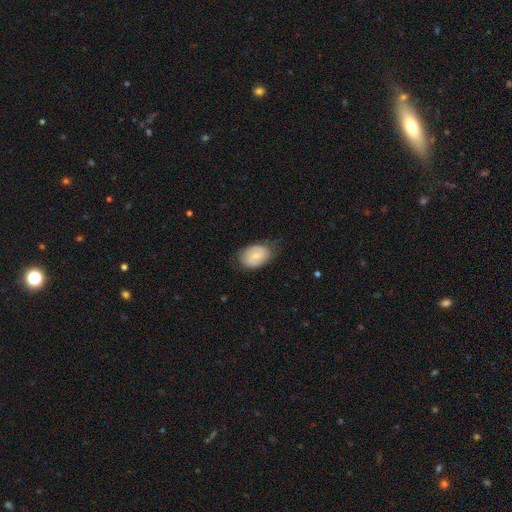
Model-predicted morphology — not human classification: smooth_or_featured: smooth (p=0.53) [alt: featured or disk p=0.41]
how_rounded: in between (p=0.81) [alt: round p=0.18]
merging: none (p=0.70) [alt: minor disturbance p=0.23]